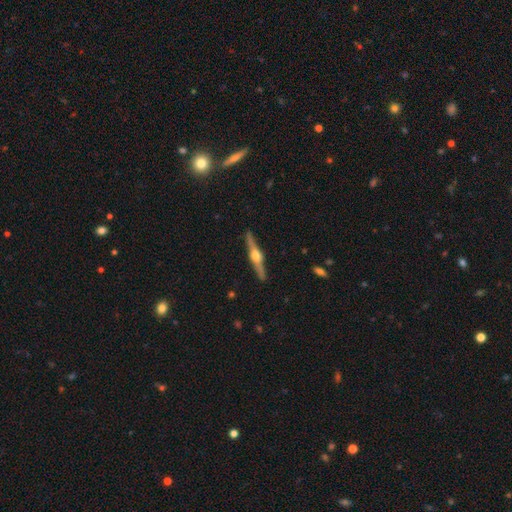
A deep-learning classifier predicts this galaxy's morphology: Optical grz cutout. It shows a featured or disk galaxy (82%) viewed edge-on (98%) with a rounded central bulge (95%). Merging: none (91%).